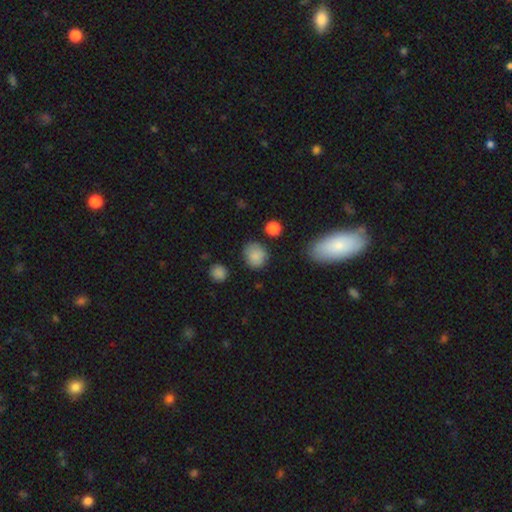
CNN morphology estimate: A smooth galaxy with no disk features (85%) that is round (80%). Merging: none (76%).